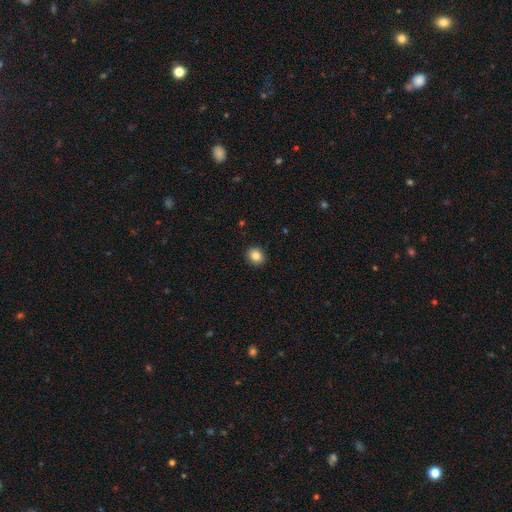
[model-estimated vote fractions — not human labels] This appears to be a smooth galaxy with no disk features (85%) that is round (76%). Merging: none (91%).